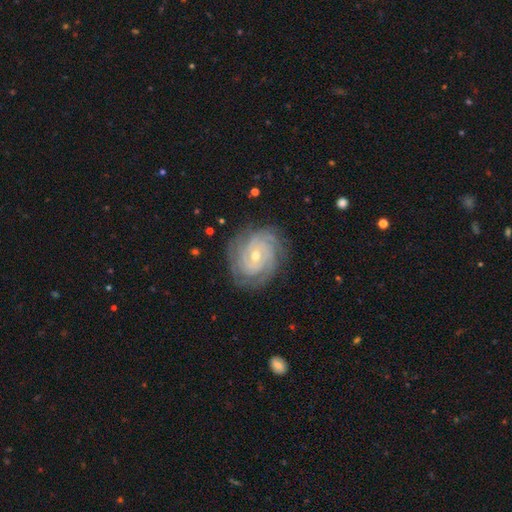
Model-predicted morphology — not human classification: A featured or disk galaxy (87%) with no bar (65%), tight (80%) spiral arms (97%) and a small central bulge (61%). Merging: none (81%).